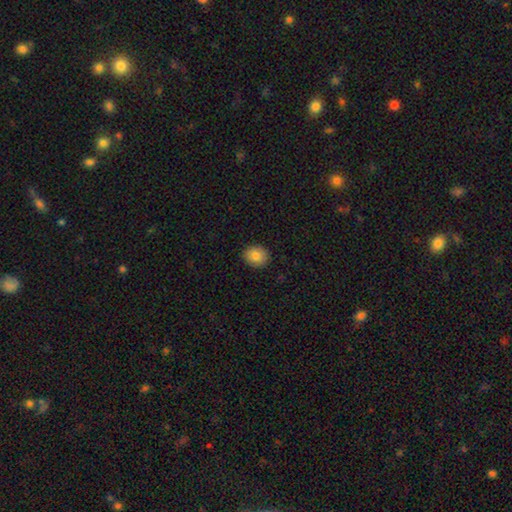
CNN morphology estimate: Smooth or featured: smooth — 84% (star or artifact — 9%)
How rounded: round — 69% (in between — 30%)
Merging: none — 91% (minor disturbance — 7%)